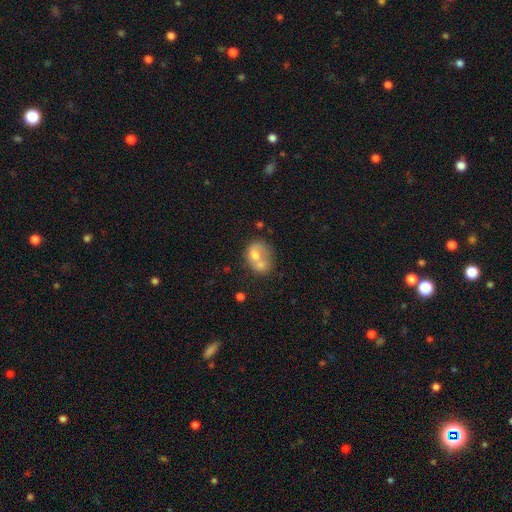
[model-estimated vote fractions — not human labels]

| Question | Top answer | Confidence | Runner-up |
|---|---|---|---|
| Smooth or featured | smooth | 59% | featured or disk (33%) |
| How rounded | round | 50% | in between (49%) |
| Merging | merger | 67% | none (17%) |